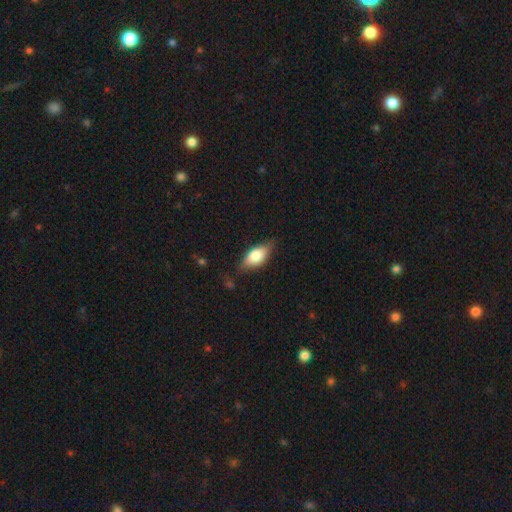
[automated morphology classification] This is likely a smooth galaxy (71%). How rounded: clearly in between (84%). Merging: likely none (68%).